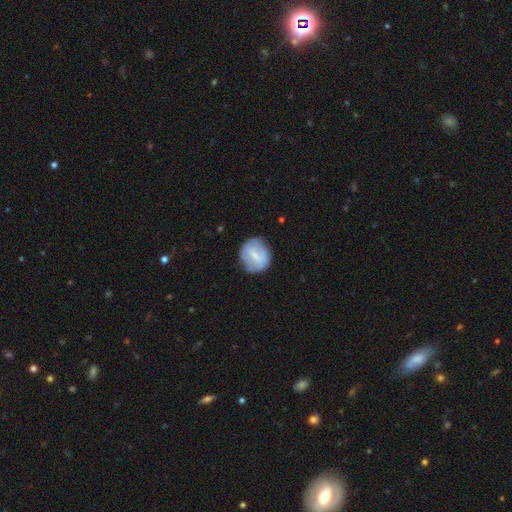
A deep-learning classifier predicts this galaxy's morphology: This appears to be a smooth galaxy with no disk features (56%) that is round (80%). Merging: none (74%).